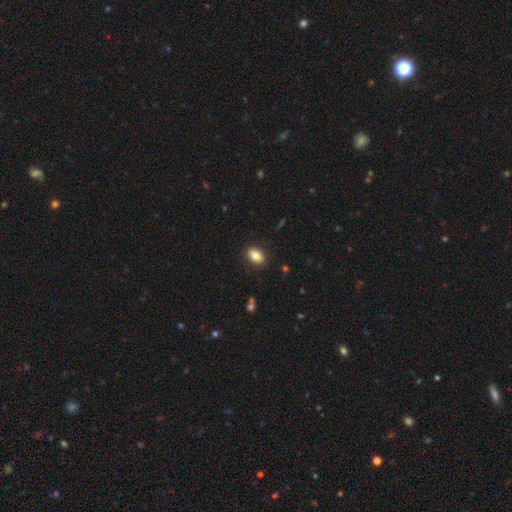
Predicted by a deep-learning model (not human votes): The model was most divided on "how rounded": in between: 83%, round: 15%, cigar-shaped: 2%. More confident: merging — none (88%); smooth or featured — smooth (82%).